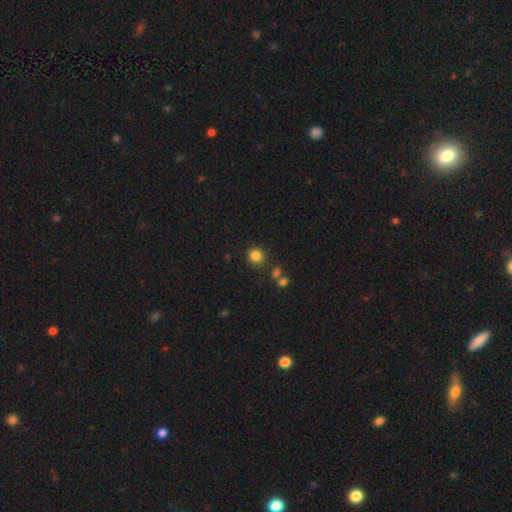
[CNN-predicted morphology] type=smooth (84%); roundness=round (86%); merging=none (84%).